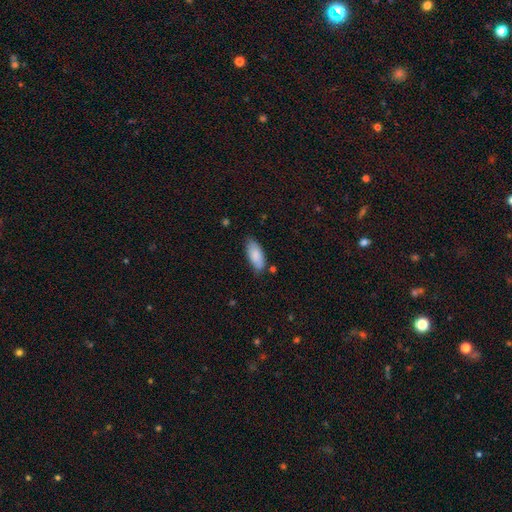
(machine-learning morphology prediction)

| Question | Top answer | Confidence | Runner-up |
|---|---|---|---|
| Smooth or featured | smooth | 84% | featured or disk (10%) |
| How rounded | in between | 86% | cigar-shaped (13%) |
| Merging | none | 71% | minor disturbance (23%) |